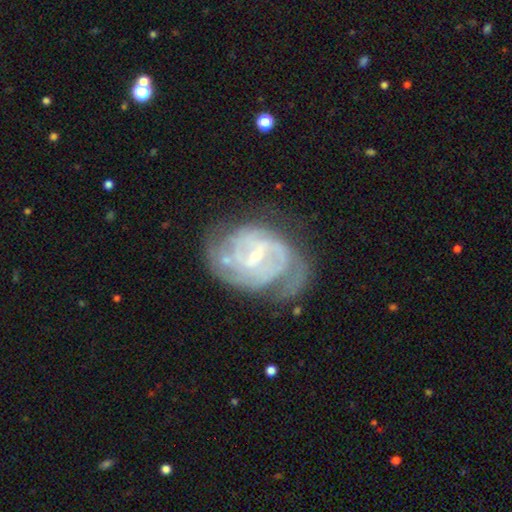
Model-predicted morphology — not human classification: smooth_or_featured: featured or disk (p=0.84) [alt: smooth p=0.10]
disk_edge_on: no (p=0.97) [alt: yes p=0.03]
bar: weak (p=0.53) [alt: no p=0.26]
has_spiral_arms: yes (p=0.90) [alt: no p=0.10]
spiral_winding: tight (p=0.54) [alt: medium p=0.35]
spiral_arm_count: can't tell (p=0.38) [alt: 2 p=0.29]
bulge_size: small (p=0.73) [alt: moderate p=0.22]
merging: none (p=0.50) [alt: minor disturbance p=0.26]